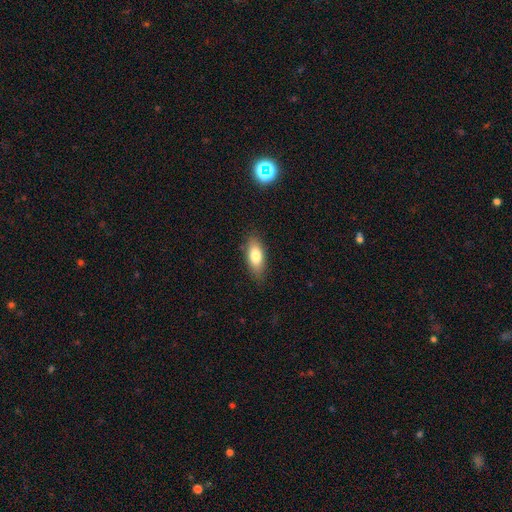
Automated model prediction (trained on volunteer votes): A smooth galaxy with no disk features (78%) that is in between round and cigar-shaped (80%).

Vote fractions:
- Smooth or featured? smooth: 78% / featured or disk: 15% / star or artifact: 7%
- How rounded? in between: 80% / cigar-shaped: 17% / round: 3%
- Merging? none: 83% / minor disturbance: 13% / major disturbance: 3% / merger: 1%